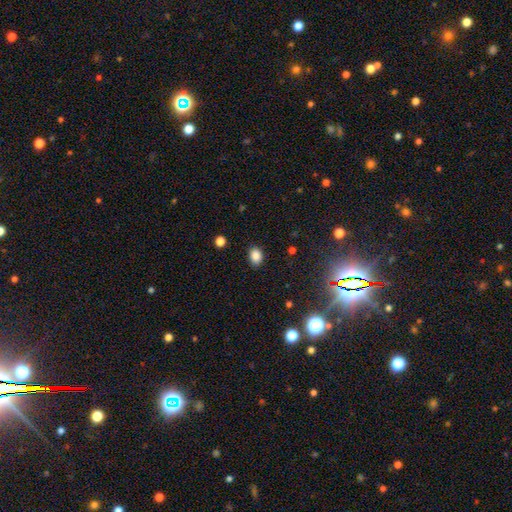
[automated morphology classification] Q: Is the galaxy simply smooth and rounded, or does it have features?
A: smooth — 85%.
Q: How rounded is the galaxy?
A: in between — 72%.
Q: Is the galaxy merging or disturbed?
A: none — 86%.